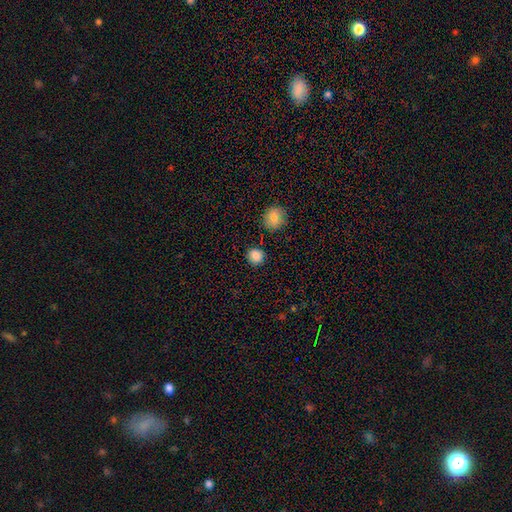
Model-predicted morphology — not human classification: The model was most divided on "smooth or featured": smooth: 86%, star or artifact: 10%, featured or disk: 3%. More confident: how rounded — round (89%); merging — none (87%).